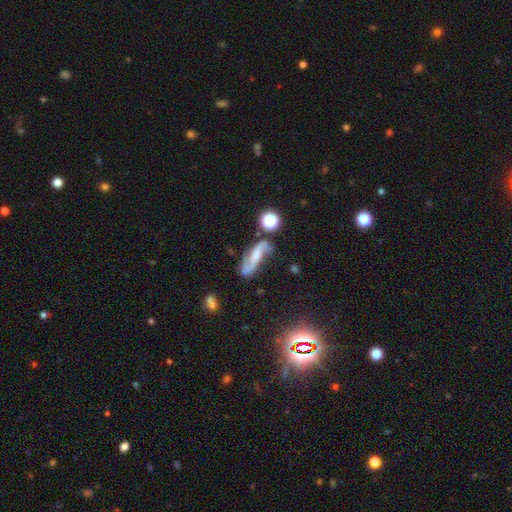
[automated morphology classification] This is likely a featured or disk galaxy (77%). It is clearly not viewed edge-on (91%). Bar: marginally no (42%). Spiral arm pattern: clearly yes (94%). Spiral arm count: clearly 2 (90%). Spiral winding: likely loose (63%). Central bulge: marginally moderate (30%). Merging: possibly none (59%).